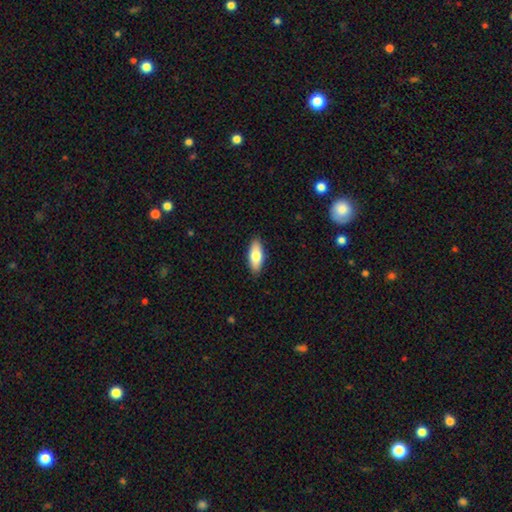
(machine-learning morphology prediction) Smooth or featured? Predicted: smooth (p=0.75). How rounded? Predicted: in between (p=0.78). Merging? Predicted: none (p=0.89).